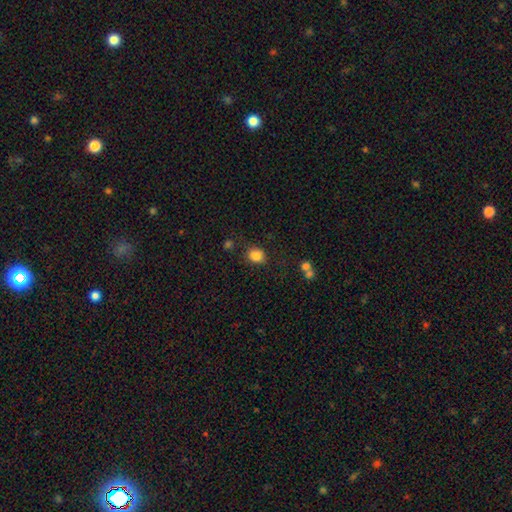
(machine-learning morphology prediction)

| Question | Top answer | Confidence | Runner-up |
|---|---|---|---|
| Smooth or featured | smooth | 85% | star or artifact (10%) |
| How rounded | round | 55% | in between (44%) |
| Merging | none | 75% | minor disturbance (16%) |